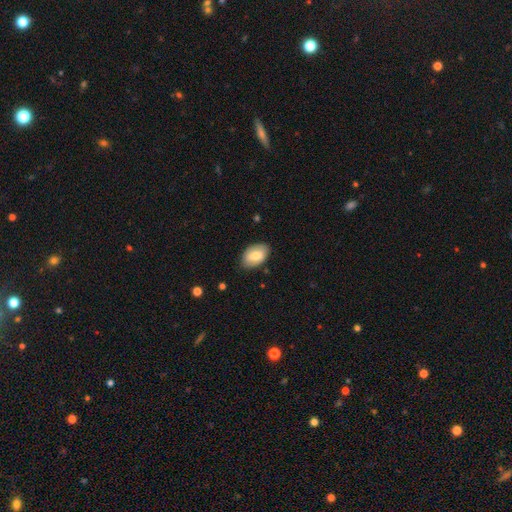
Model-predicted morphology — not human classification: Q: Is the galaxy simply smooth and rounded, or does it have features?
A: smooth — 70%.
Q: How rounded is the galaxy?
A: in between — 92%.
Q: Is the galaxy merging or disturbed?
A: none — 83%.